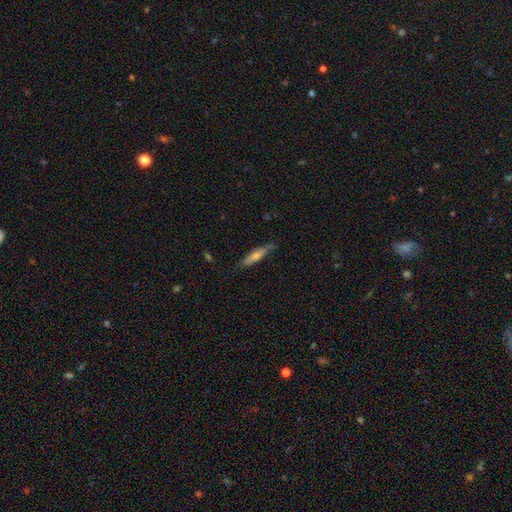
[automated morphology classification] Q: Smooth or featured?
A: smooth (48%); runner-up: featured or disk (45%)
Q: Merging?
A: none (81%); runner-up: minor disturbance (15%)